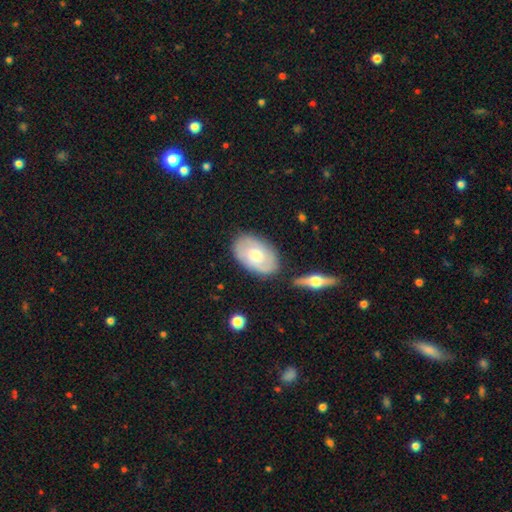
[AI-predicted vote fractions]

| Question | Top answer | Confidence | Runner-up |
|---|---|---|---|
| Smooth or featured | featured or disk | 53% | smooth (41%) |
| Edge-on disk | no | 92% | yes (8%) |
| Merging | none | 74% | minor disturbance (16%) |